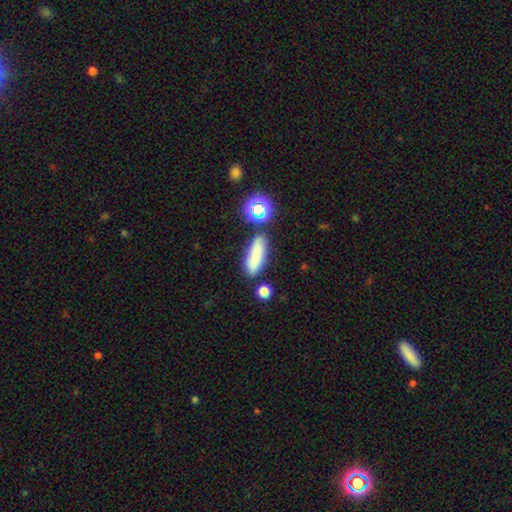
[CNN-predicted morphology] smooth 75%, featured or disk 13%, star or artifact 12%. Down the decision tree: how rounded — in between (55%); merging — none (74%).